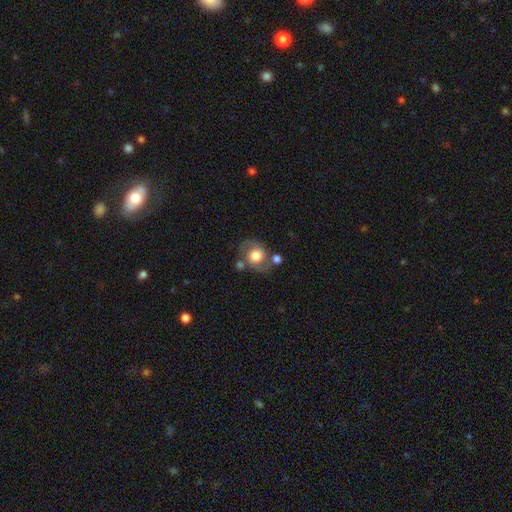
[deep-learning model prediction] The model was most divided on "smooth or featured": smooth: 50%, featured or disk: 42%, star or artifact: 8%. More confident: merging — none (59%).